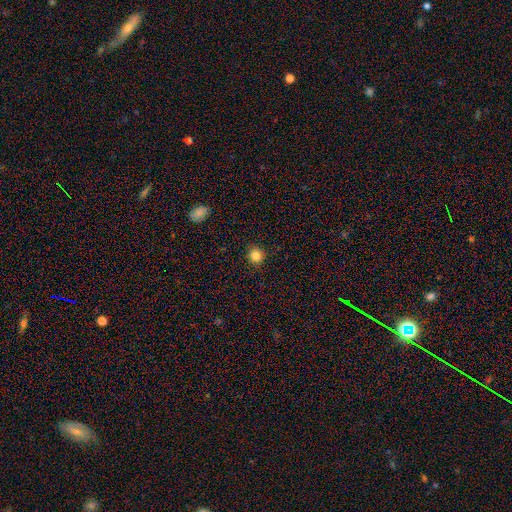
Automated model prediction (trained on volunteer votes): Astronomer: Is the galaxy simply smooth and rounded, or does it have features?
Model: smooth — 83%.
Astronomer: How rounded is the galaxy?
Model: round — 88%.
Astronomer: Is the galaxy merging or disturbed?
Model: none — 91%.